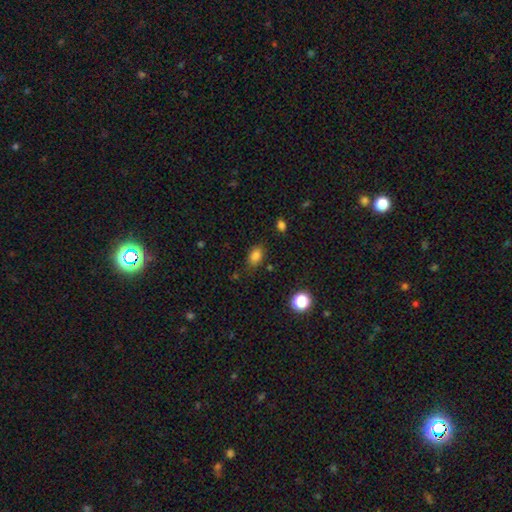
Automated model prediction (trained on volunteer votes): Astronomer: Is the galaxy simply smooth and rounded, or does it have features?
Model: smooth — 82%.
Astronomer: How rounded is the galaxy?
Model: in between — 82%.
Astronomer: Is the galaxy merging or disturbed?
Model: none — 80%.